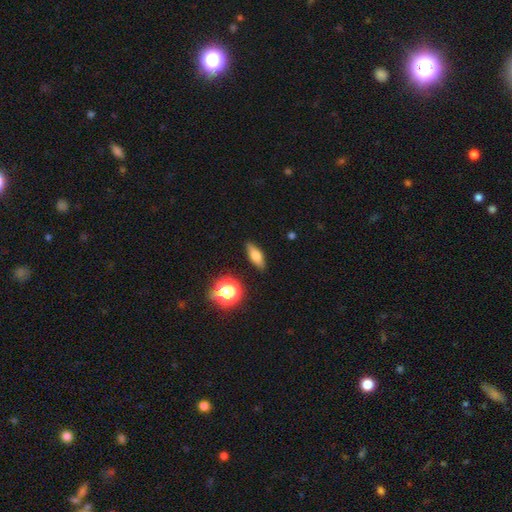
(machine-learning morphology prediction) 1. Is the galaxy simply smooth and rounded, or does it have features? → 61% smooth, 28% featured or disk, 11% star or artifact.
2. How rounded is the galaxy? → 58% in between, 34% cigar-shaped, 8% round.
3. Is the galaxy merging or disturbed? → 87% none, 10% minor disturbance, 2% major disturbance, 2% merger.